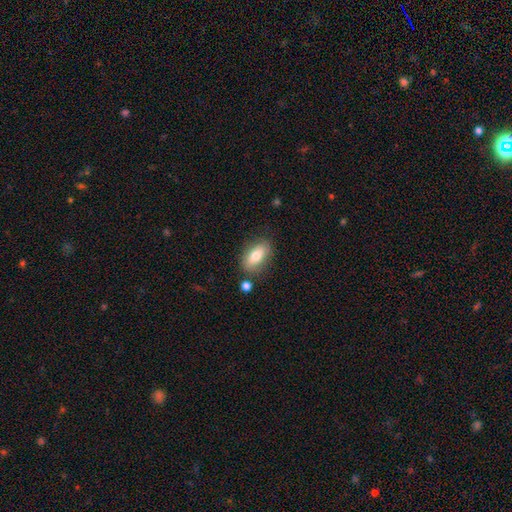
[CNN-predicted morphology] Smooth or featured?
  - smooth: 75% *
  - featured or disk: 18%
  - star or artifact: 7%
How rounded?
  - in between: 87% *
  - cigar-shaped: 8%
  - round: 5%
Merging?
  - none: 77% *
  - minor disturbance: 14%
  - merger: 5%
  - major disturbance: 4%